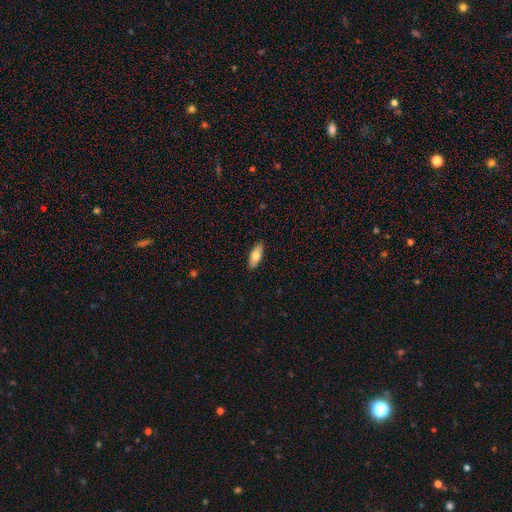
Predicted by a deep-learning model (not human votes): Q: Smooth or featured?
A: smooth (74%); runner-up: featured or disk (20%)
Q: How rounded?
A: in between (80%); runner-up: cigar-shaped (17%)
Q: Merging?
A: none (89%); runner-up: minor disturbance (8%)